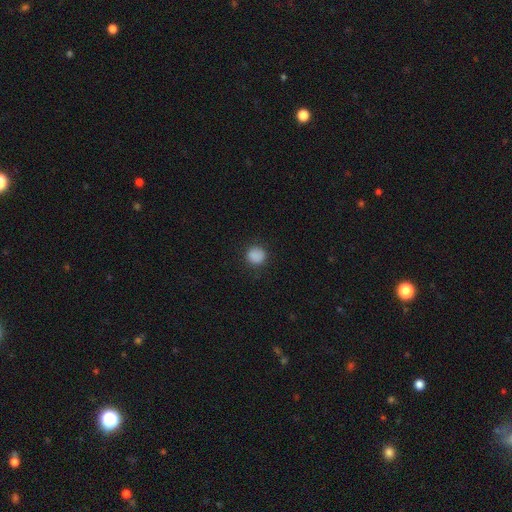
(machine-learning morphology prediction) smooth-or-featured: smooth: 87% | star or artifact: 10% | featured or disk: 3%
  how-rounded: round: 90% | in between: 9% | cigar-shaped: 1%
  merging: none: 88% | minor disturbance: 8% | major disturbance: 3% | merger: 1%